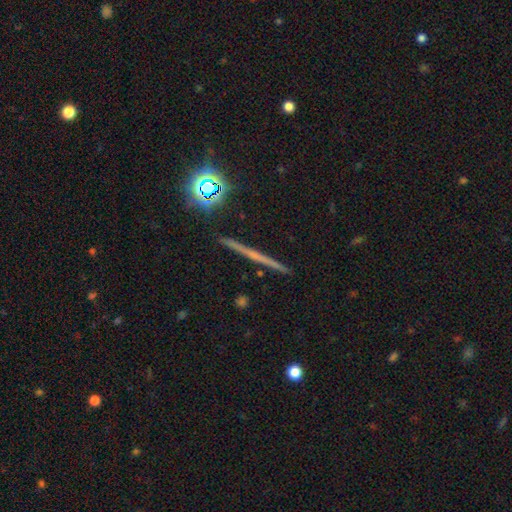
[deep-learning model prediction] featured or disk 59%, smooth 29%, star or artifact 12%. Down the decision tree: edge-on disk — yes (97%); edge-on bulge — none (80%); merging — none (92%).